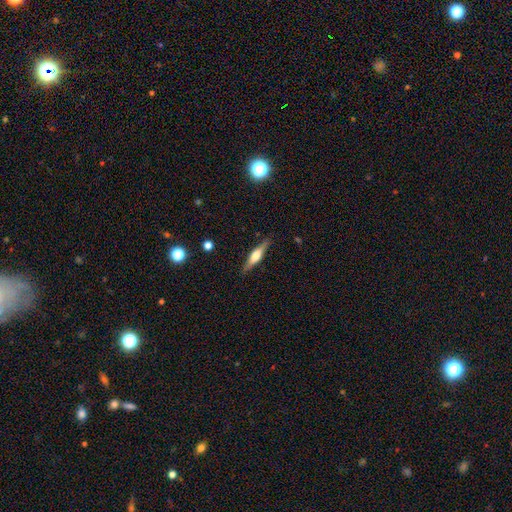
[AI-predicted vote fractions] smooth-or-featured: featured or disk: 59% | smooth: 35% | star or artifact: 6%
  disk-edge-on: yes: 96% | no: 4%
    edge-on-bulge: rounded: 83% | boxy: 13% | none: 4%
  merging: none: 88% | minor disturbance: 9% | major disturbance: 2% | merger: 1%